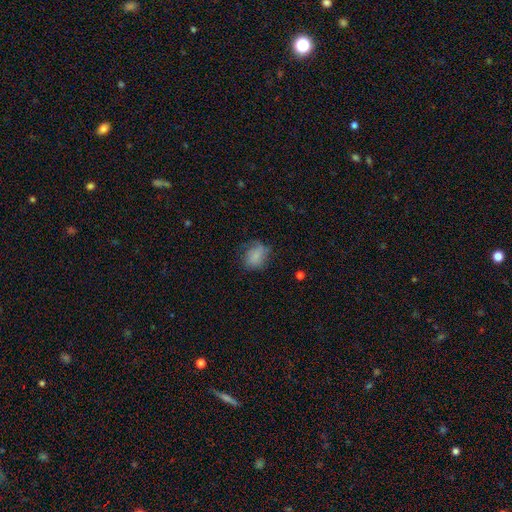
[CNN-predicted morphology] The model was most divided on "how rounded": in between: 57%, round: 42%, cigar-shaped: 1%. More confident: smooth or featured — smooth (76%); merging — none (54%).